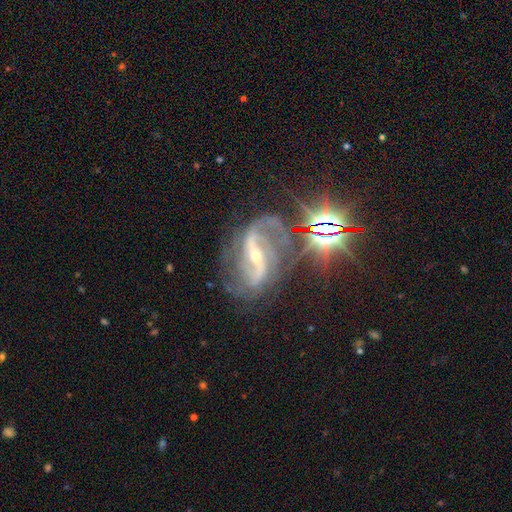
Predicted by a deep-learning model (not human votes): Smooth or featured? featured or disk (85%)
Edge-on disk? no (96%)
Bar? strong (65%)
Spiral arms? yes (97%)
Spiral winding? medium (45%)
Spiral arm count? 2 (87%)
Bulge size? small (64%)
Merging? none (65%)